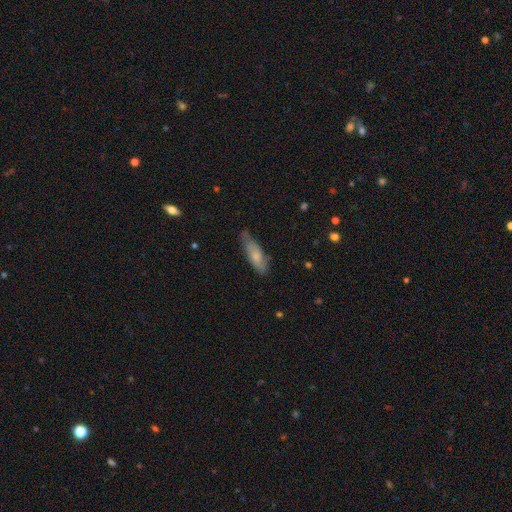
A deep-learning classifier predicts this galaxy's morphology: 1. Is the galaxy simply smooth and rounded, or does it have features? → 68% smooth, 26% featured or disk, 6% star or artifact.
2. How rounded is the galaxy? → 50% in between, 48% cigar-shaped, 2% round.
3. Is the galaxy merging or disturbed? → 63% none, 29% minor disturbance, 6% major disturbance, 2% merger.